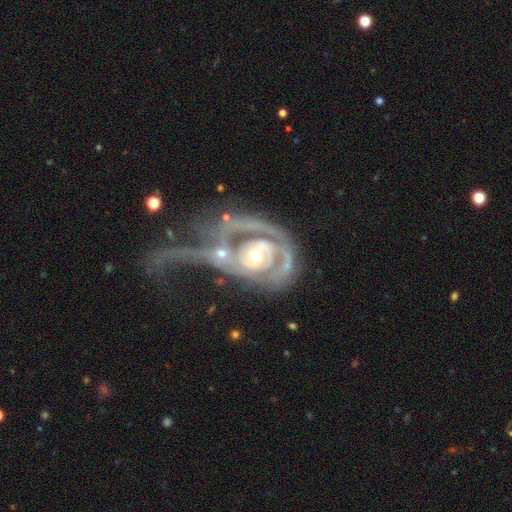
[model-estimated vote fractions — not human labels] Smooth or featured?
  - featured or disk: 86% *
  - smooth: 8%
  - star or artifact: 6%
Edge-on disk?
  - no: 96% *
  - yes: 4%
Bar?
  - no: 75% *
  - weak: 17%
  - strong: 8%
Spiral arms?
  - yes: 79% *
  - no: 21%
Spiral winding?
  - tight: 58% *
  - medium: 26%
  - loose: 16%
Spiral arm count?
  - 2: 35% *
  - can't tell: 31%
  - 1: 19%
  - 3: 7%
  - 4: 4%
  - more than 4: 4%
Bulge size?
  - moderate: 62% *
  - small: 29%
  - large: 6%
  - none: 2%
  - dominant: 2%
Merging?
  - merger: 40% *
  - major disturbance: 34%
  - none: 15%
  - minor disturbance: 10%